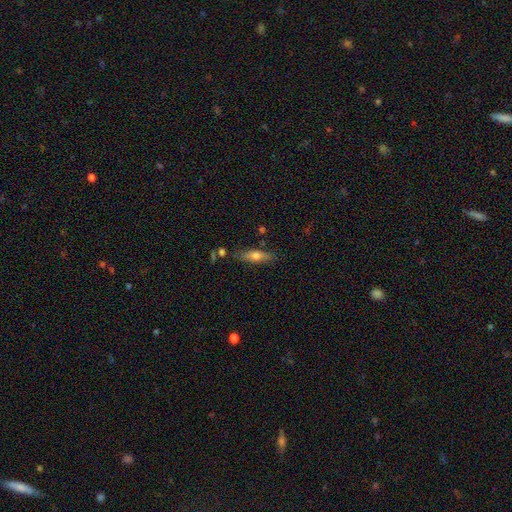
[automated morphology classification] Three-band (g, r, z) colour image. It shows a smooth galaxy with no disk features (56%) that is cigar-shaped (60%). Merging: none (79%).